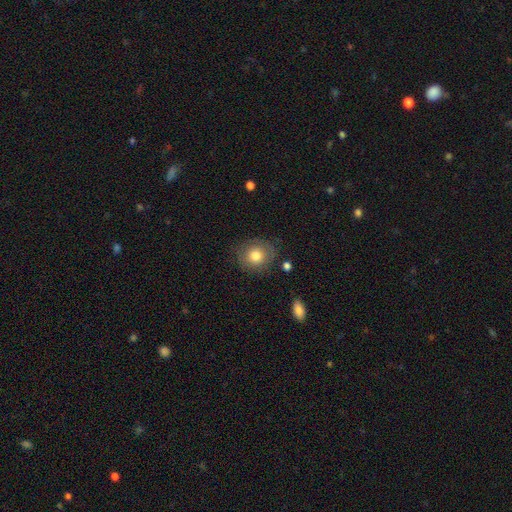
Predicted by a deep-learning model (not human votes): Smooth or featured? smooth (78%)
How rounded? round (81%)
Merging? none (81%)